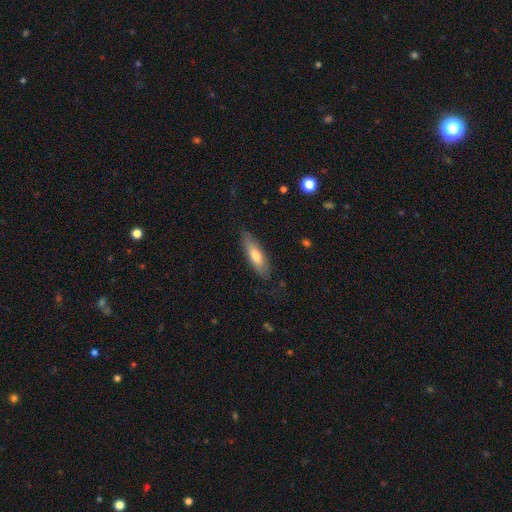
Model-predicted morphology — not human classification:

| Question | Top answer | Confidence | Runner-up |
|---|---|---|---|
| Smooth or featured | smooth | 68% | featured or disk (27%) |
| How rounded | cigar-shaped | 57% | in between (41%) |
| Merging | none | 81% | minor disturbance (15%) |